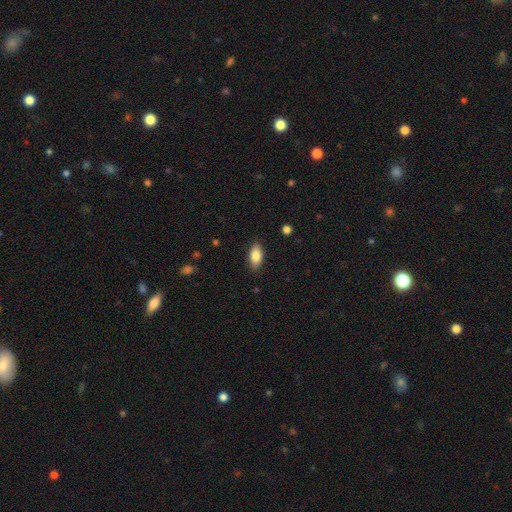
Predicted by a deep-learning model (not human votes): smooth 83%, featured or disk 10%, star or artifact 7%. Down the decision tree: how rounded — in between (89%); merging — none (87%).